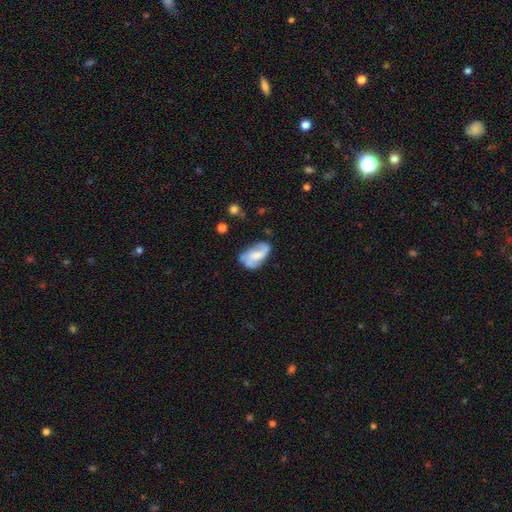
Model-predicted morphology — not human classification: Smooth or featured: featured or disk — 60% (smooth — 32%)
Edge-on disk: no — 96% (yes — 4%)
Bar: no — 51% (weak — 37%)
Spiral arms: yes — 85% (no — 15%)
Bulge size: none — 31% (moderate — 29%)
Merging: none — 54% (minor disturbance — 27%)